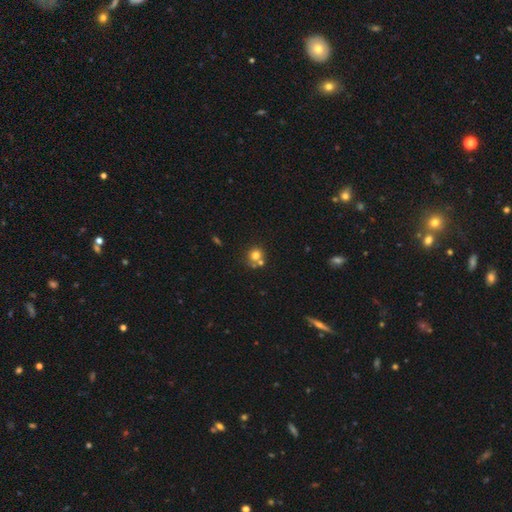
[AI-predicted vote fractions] smooth_or_featured: smooth (p=0.74) [alt: star or artifact p=0.13]
how_rounded: round (p=0.85) [alt: in between p=0.14]
merging: none (p=0.54) [alt: merger p=0.32]